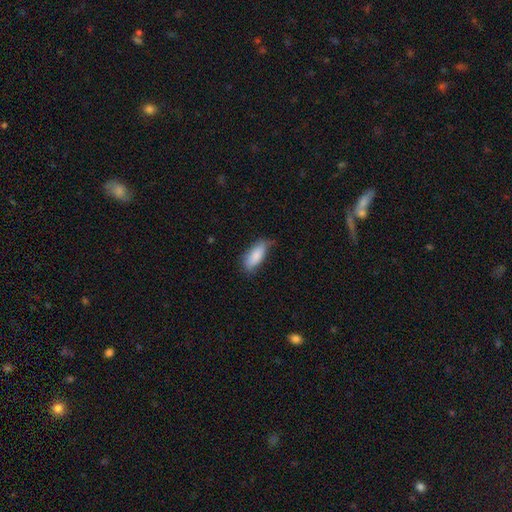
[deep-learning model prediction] Morphology: type=smooth (86%); roundness=in between (79%); merging=none (62%).